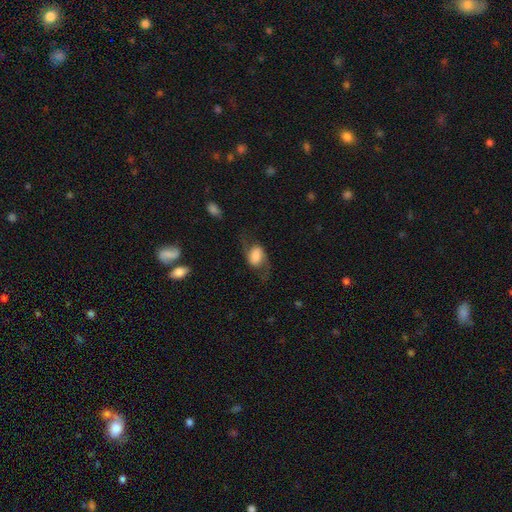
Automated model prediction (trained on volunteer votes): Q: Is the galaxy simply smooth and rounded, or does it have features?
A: featured or disk — 50%.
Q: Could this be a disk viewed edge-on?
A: no — 95%.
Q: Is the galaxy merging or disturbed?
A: none — 59%.